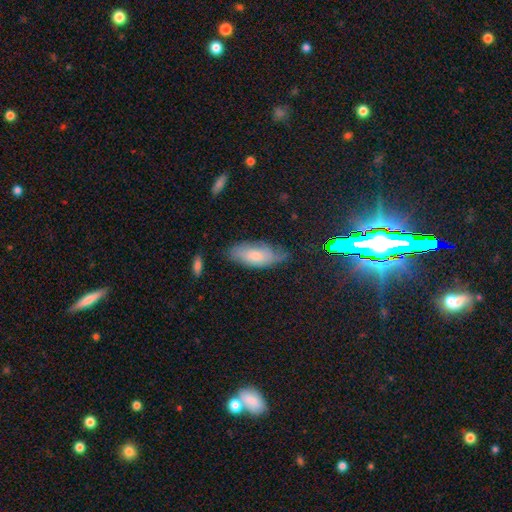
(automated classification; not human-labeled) Smooth or featured: smooth — 64% (featured or disk — 27%)
How rounded: in between — 86% (cigar-shaped — 12%)
Merging: none — 56% (minor disturbance — 33%)